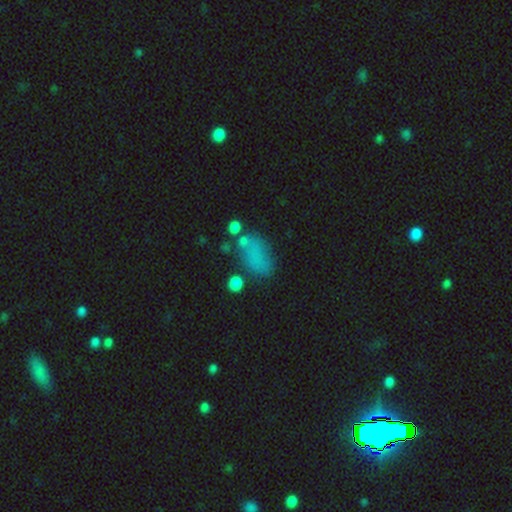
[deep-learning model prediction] Smooth or featured? Predicted: smooth (p=0.71). How rounded? Predicted: in between (p=0.86). Merging? Predicted: none (p=0.55).